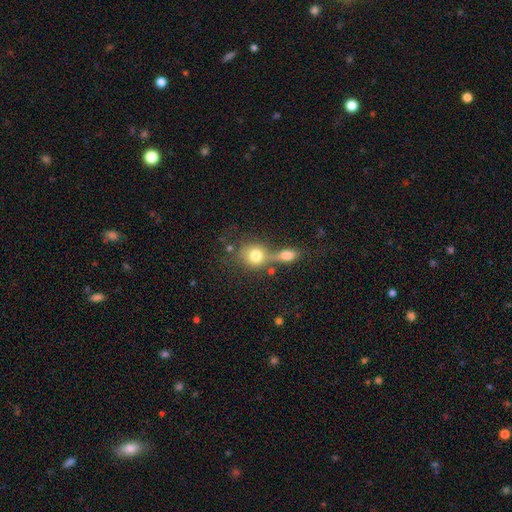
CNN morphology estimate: Smooth or featured? smooth (76%)
How rounded? round (74%)
Merging? merger (53%)